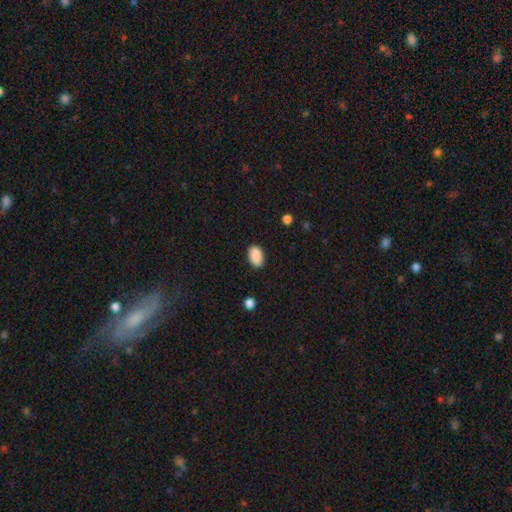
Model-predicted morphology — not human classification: This is clearly a smooth galaxy (89%). How rounded: clearly in between (91%). Merging: clearly none (86%).